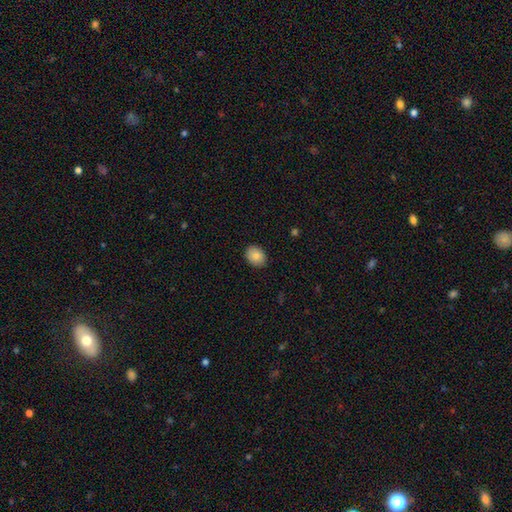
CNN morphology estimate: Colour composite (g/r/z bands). It shows a smooth galaxy with no disk features (83%) that is in between round and cigar-shaped (60%). Merging: none (87%).